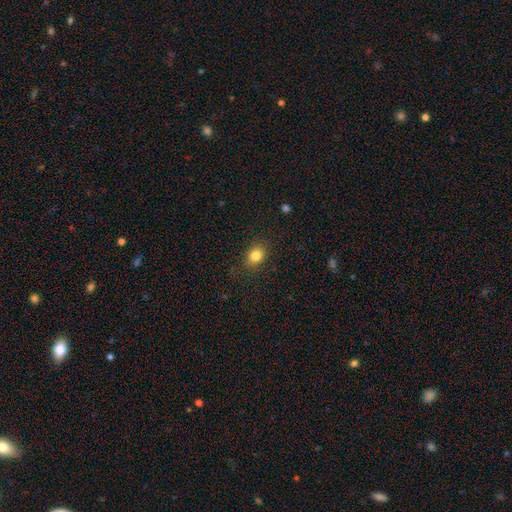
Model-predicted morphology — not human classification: Smooth or featured: smooth — 83% (star or artifact — 11%)
How rounded: in between — 55% (round — 44%)
Merging: none — 85% (minor disturbance — 11%)